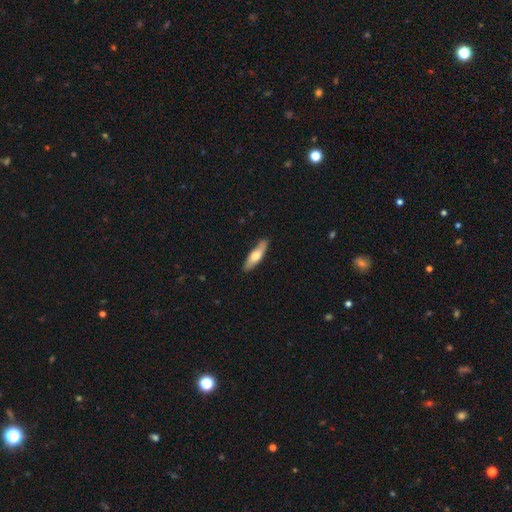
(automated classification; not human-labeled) A smooth galaxy with no disk features (63%) that is cigar-shaped (65%).

Vote fractions:
- Smooth or featured? smooth: 63% / featured or disk: 32% / star or artifact: 5%
- How rounded? cigar-shaped: 65% / in between: 33% / round: 2%
- Merging? none: 86% / minor disturbance: 11% / major disturbance: 2% / merger: 1%